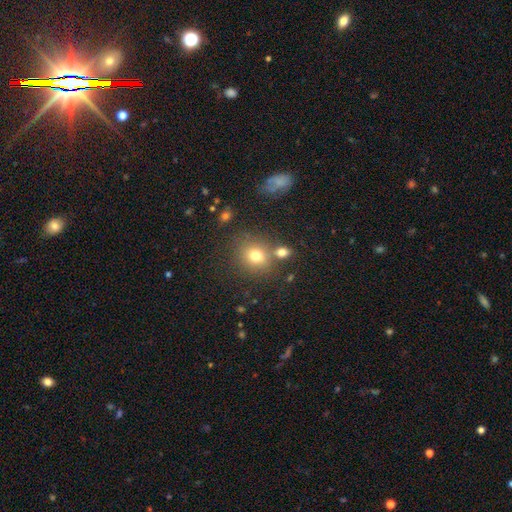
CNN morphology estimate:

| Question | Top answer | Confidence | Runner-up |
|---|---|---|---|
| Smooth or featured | smooth | 74% | star or artifact (15%) |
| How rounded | round | 73% | in between (26%) |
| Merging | none | 68% | merger (15%) |